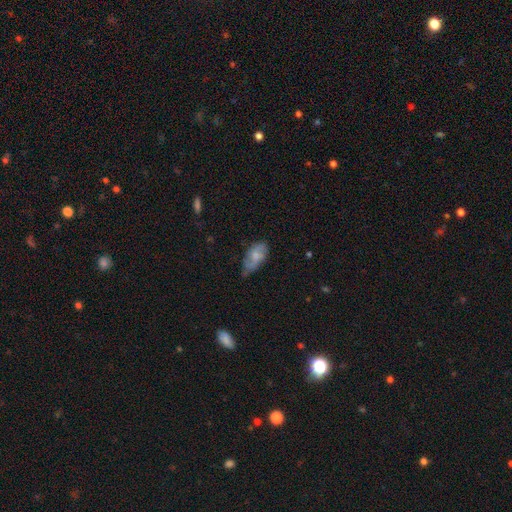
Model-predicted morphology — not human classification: Smooth or featured?
  - smooth: 57% *
  - featured or disk: 36%
  - star or artifact: 7%
How rounded?
  - in between: 90% *
  - cigar-shaped: 6%
  - round: 4%
Merging?
  - none: 47% *
  - minor disturbance: 39%
  - major disturbance: 12%
  - merger: 3%